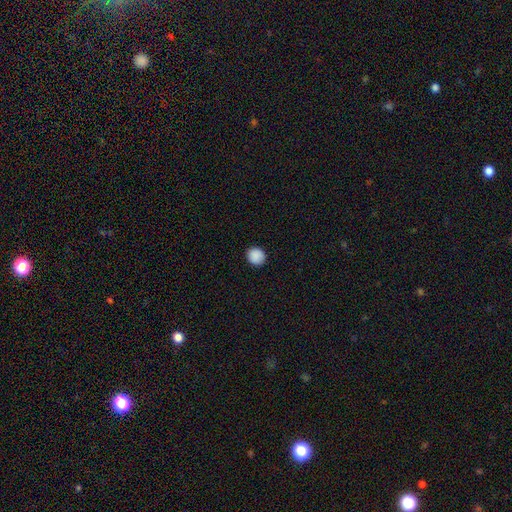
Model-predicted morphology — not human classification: This is clearly a smooth galaxy (90%). How rounded: clearly round (86%). Merging: clearly none (91%).